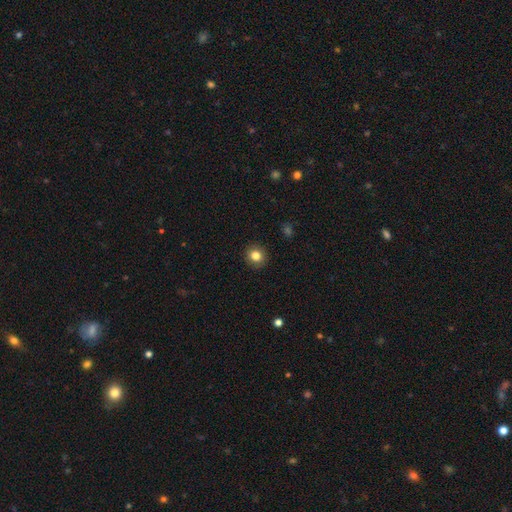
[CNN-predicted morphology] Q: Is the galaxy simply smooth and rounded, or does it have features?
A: smooth — 83%.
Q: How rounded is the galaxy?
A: round — 86%.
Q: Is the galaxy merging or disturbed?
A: none — 91%.